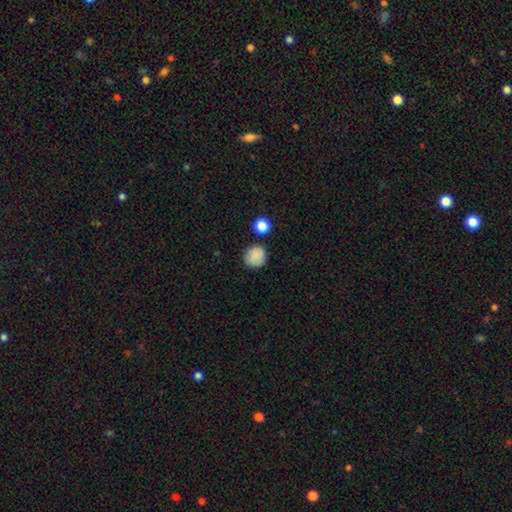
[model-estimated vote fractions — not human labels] smooth 83%, star or artifact 10%, featured or disk 8%. Down the decision tree: how rounded — round (85%); merging — none (78%).